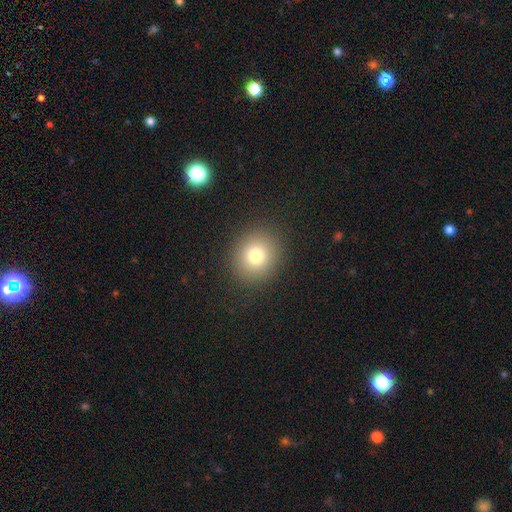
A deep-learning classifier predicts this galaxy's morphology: smooth-or-featured: smooth: 78% | star or artifact: 13% | featured or disk: 9%
  how-rounded: round: 84% | in between: 15% | cigar-shaped: 1%
  merging: none: 90% | minor disturbance: 6% | major disturbance: 3% | merger: 1%